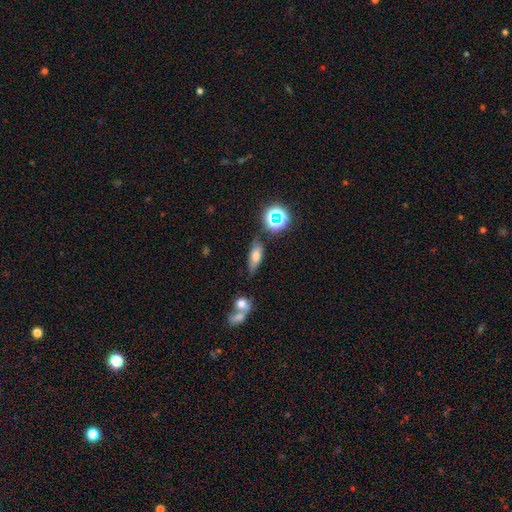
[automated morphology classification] Smooth or featured?
  - smooth: 65% *
  - featured or disk: 20%
  - star or artifact: 15%
How rounded?
  - in between: 68% *
  - cigar-shaped: 24%
  - round: 8%
Merging?
  - none: 67% *
  - minor disturbance: 20%
  - merger: 8%
  - major disturbance: 6%